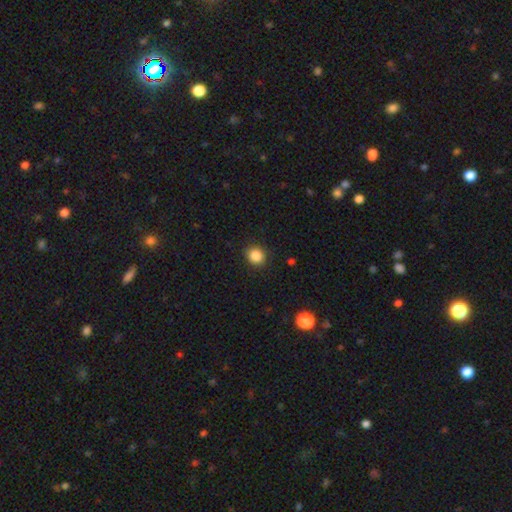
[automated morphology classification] A smooth galaxy with no disk features (86%) that is round (81%).

Vote fractions:
- Smooth or featured? smooth: 86% / star or artifact: 10% / featured or disk: 4%
- How rounded? round: 81% / in between: 19% / cigar-shaped: 1%
- Merging? none: 89% / minor disturbance: 8% / major disturbance: 2% / merger: 1%